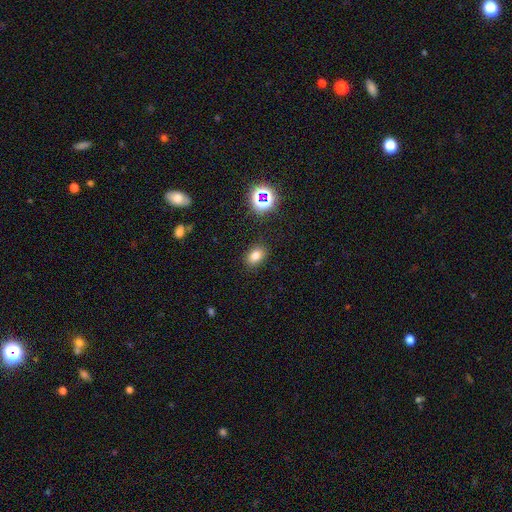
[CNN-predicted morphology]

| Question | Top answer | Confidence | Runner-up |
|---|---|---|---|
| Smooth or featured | smooth | 76% | star or artifact (16%) |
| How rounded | in between | 74% | round (25%) |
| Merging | none | 87% | minor disturbance (9%) |